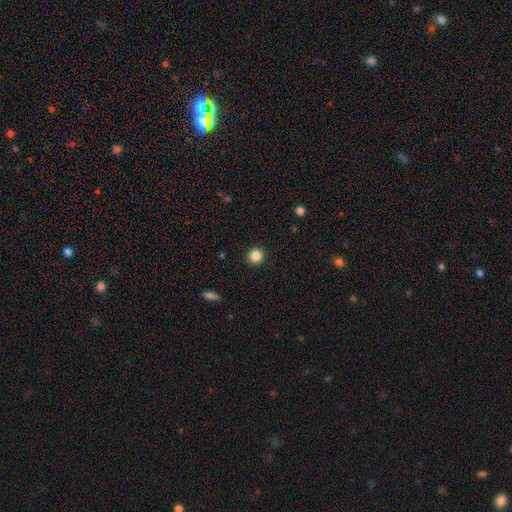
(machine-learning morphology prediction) Q: Smooth or featured?
A: smooth (85%); runner-up: star or artifact (11%)
Q: How rounded?
A: round (94%); runner-up: in between (5%)
Q: Merging?
A: none (92%); runner-up: minor disturbance (5%)